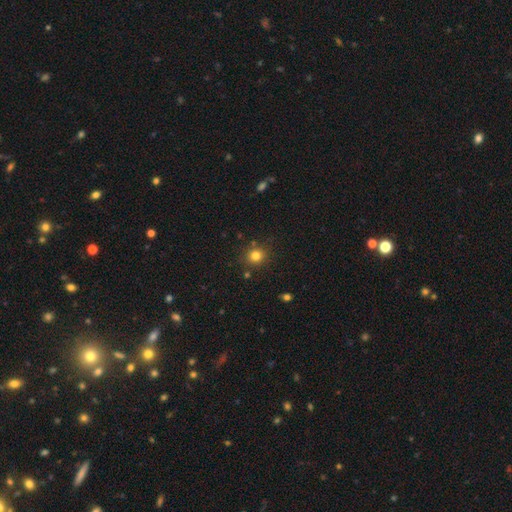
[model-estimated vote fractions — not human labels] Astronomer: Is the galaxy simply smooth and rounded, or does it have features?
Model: smooth — 80%.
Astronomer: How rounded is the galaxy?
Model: round — 88%.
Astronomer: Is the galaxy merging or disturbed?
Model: none — 83%.